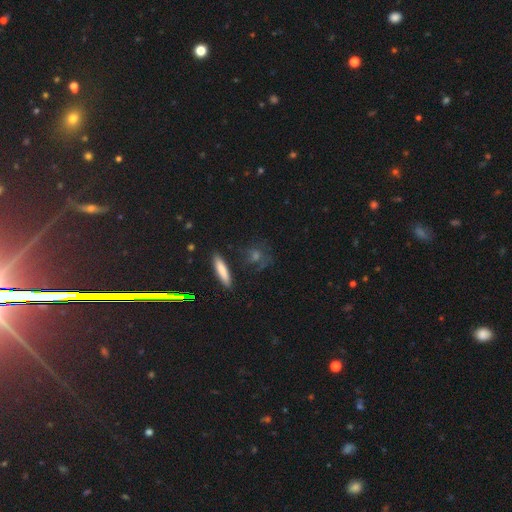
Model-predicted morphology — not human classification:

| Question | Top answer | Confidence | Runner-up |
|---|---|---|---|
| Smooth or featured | smooth | 46% | featured or disk (29%) |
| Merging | none | 75% | minor disturbance (14%) |